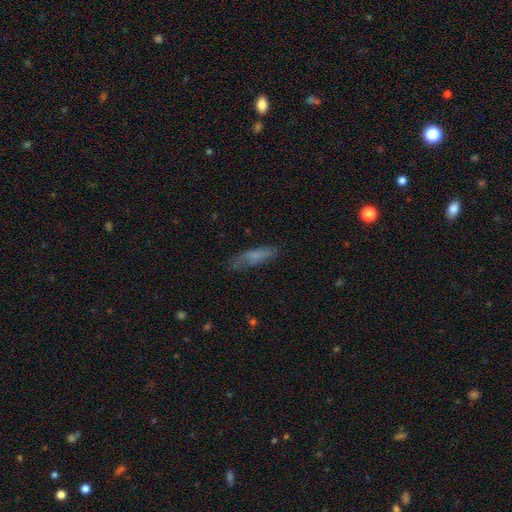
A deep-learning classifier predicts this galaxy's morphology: Q: Smooth or featured?
A: smooth (62%); runner-up: featured or disk (29%)
Q: How rounded?
A: cigar-shaped (65%); runner-up: in between (32%)
Q: Merging?
A: none (62%); runner-up: minor disturbance (25%)